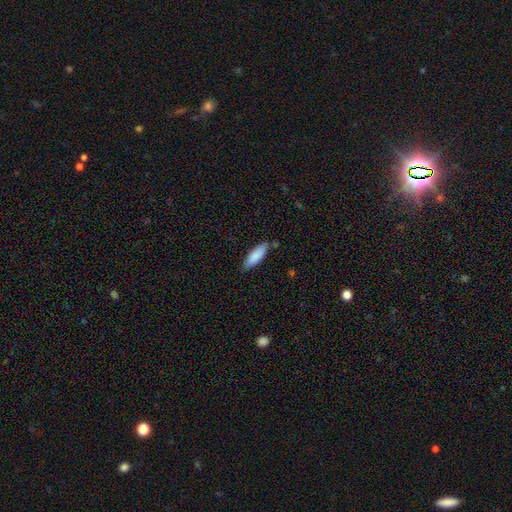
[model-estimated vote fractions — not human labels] The model was most divided on "how rounded": in between: 55%, cigar-shaped: 44%, round: 1%. More confident: smooth or featured — smooth (86%); merging — none (81%).